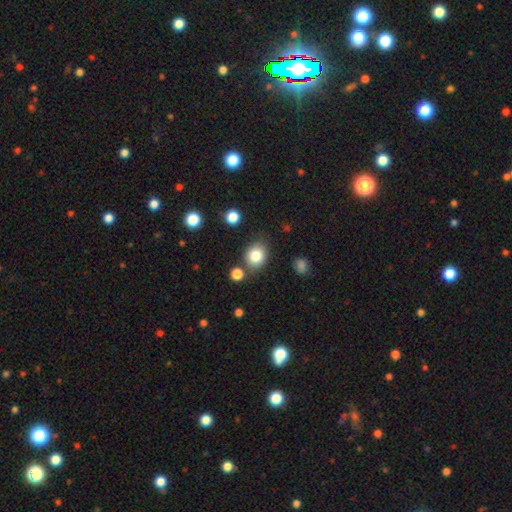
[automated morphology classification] smooth_or_featured: smooth (p=0.82) [alt: star or artifact p=0.10]
how_rounded: round (p=0.58) [alt: in between p=0.41]
merging: none (p=0.79) [alt: minor disturbance p=0.11]